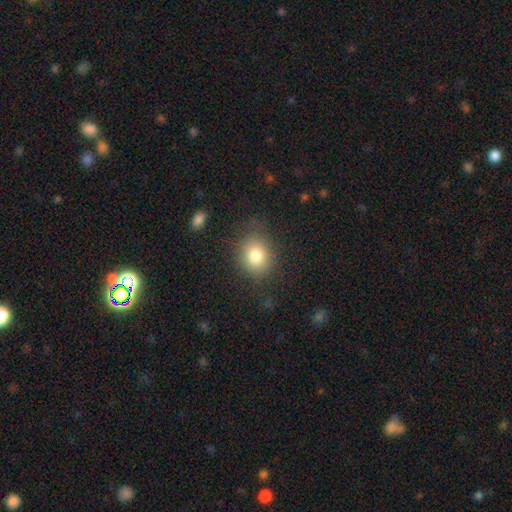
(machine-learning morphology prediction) A smooth galaxy with no disk features (82%) that is round (58%).

Vote fractions:
- Smooth or featured? smooth: 82% / star or artifact: 10% / featured or disk: 8%
- How rounded? round: 58% / in between: 40% / cigar-shaped: 1%
- Merging? none: 77% / minor disturbance: 15% / major disturbance: 6% / merger: 2%